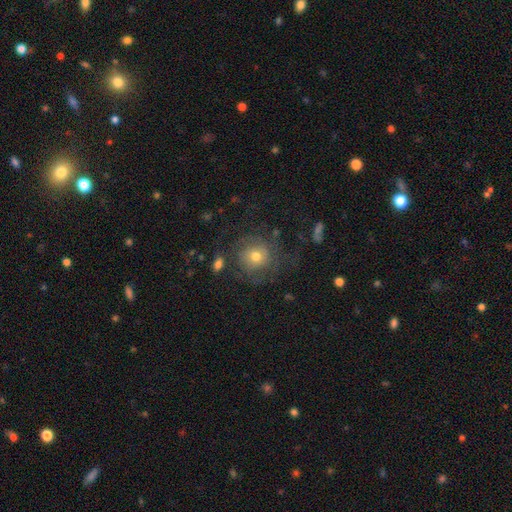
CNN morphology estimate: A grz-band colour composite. It shows a featured or disk galaxy (47%). Merging: none (68%).